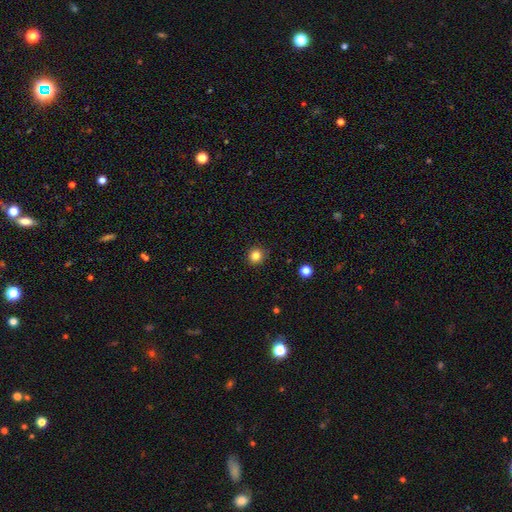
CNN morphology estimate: type=smooth (83%); roundness=round (89%); merging=none (90%).